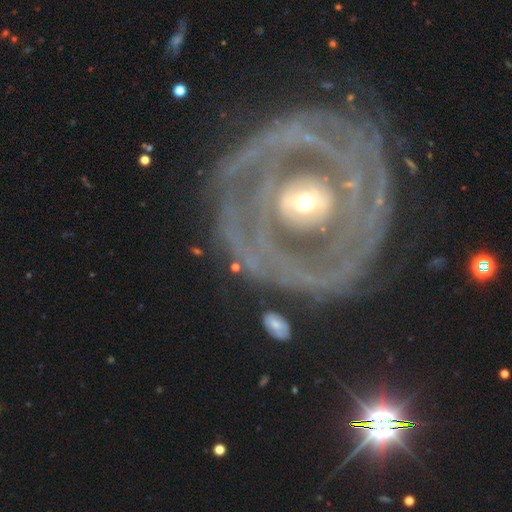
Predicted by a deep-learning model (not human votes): Q: Smooth or featured?
A: featured or disk (83%); runner-up: smooth (11%)
Q: Edge-on disk?
A: no (96%); runner-up: yes (4%)
Q: Bar?
A: no (57%); runner-up: weak (24%)
Q: Spiral arms?
A: yes (73%); runner-up: no (27%)
Q: Spiral winding?
A: tight (75%); runner-up: medium (18%)
Q: Spiral arm count?
A: can't tell (36%); runner-up: 2 (24%)
Q: Bulge size?
A: moderate (49%); runner-up: small (40%)
Q: Merging?
A: none (73%); runner-up: minor disturbance (14%)